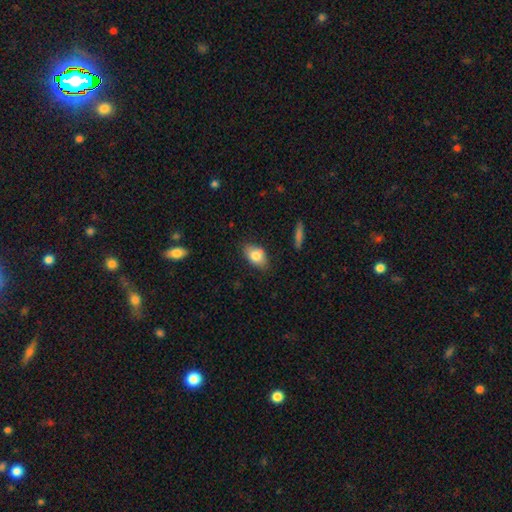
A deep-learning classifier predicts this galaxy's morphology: This appears to be a smooth galaxy with no disk features (79%) that is in between round and cigar-shaped (89%). Merging: none (78%).